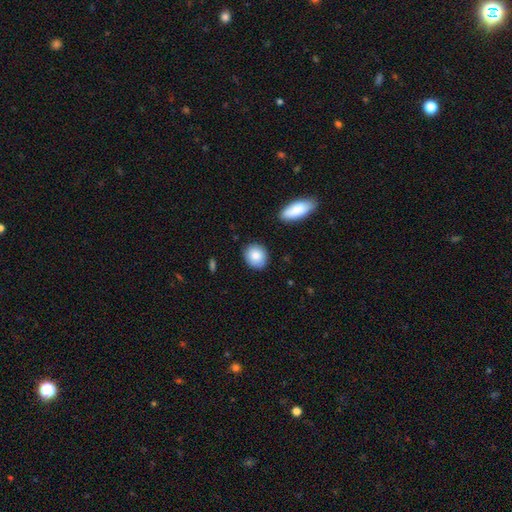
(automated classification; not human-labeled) Smooth or featured? smooth (86%)
How rounded? round (72%)
Merging? none (86%)